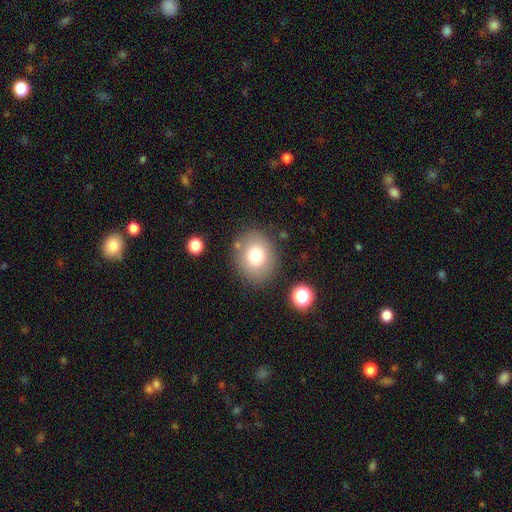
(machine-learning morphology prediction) Smooth or featured? smooth (76%)
How rounded? round (73%)
Merging? none (82%)